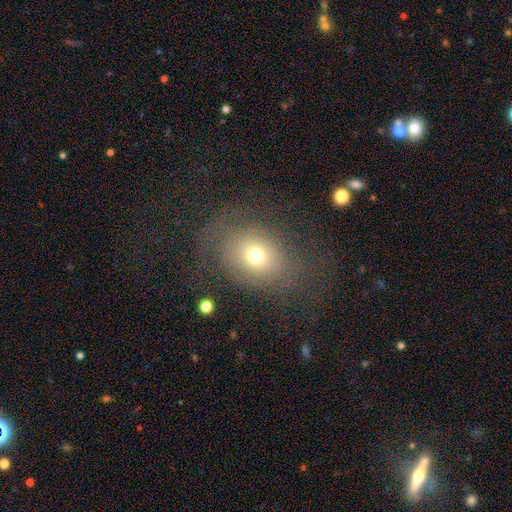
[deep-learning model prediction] This appears to be a smooth galaxy with no disk features (65%) that is round (54%). Merging: none (61%).